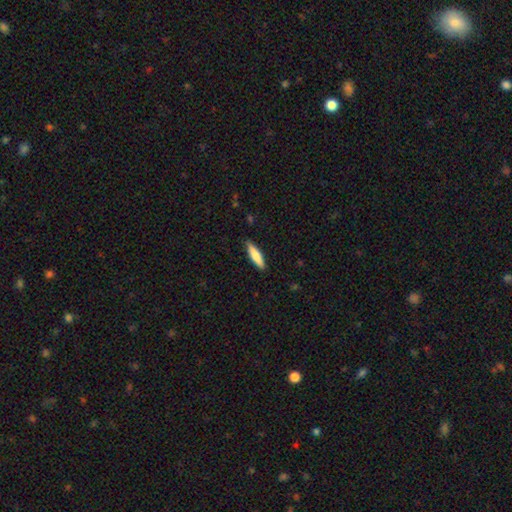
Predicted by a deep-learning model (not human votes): Morphology: type=smooth (73%); roundness=cigar-shaped (71%); merging=none (88%).